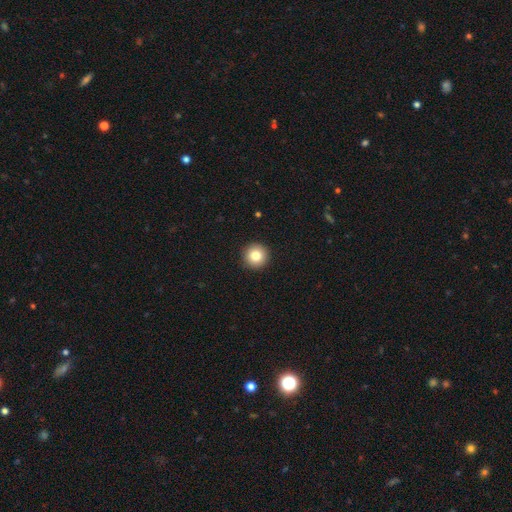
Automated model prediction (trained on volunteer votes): This is clearly a smooth galaxy (82%). How rounded: clearly round (96%). Merging: clearly none (93%).